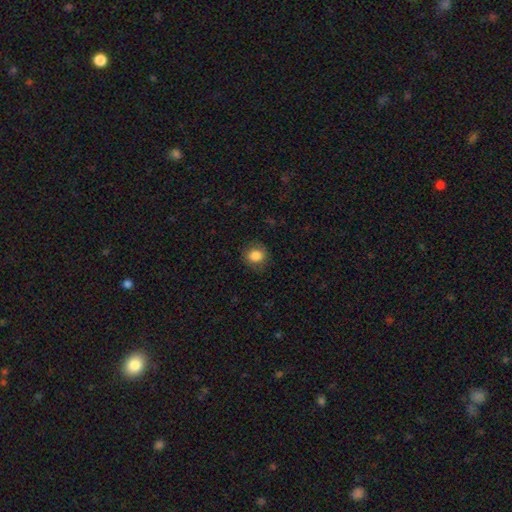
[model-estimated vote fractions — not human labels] Overall: smooth (85%). How rounded: round (82%). Merging: none (85%).